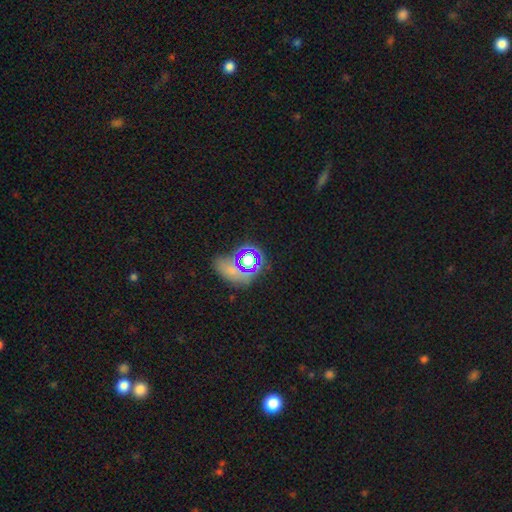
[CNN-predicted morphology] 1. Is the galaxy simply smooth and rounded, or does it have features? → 65% star or artifact, 25% smooth, 11% featured or disk.